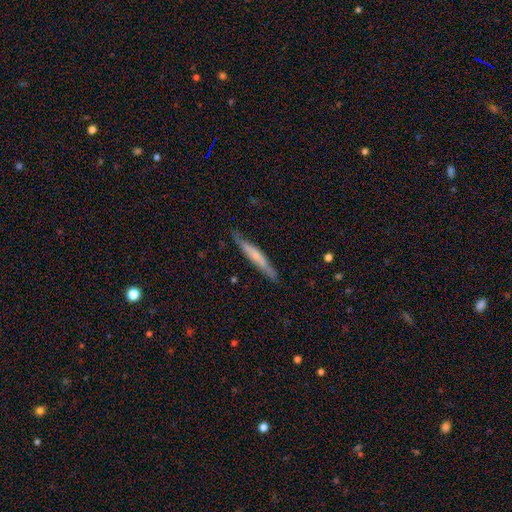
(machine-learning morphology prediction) type=smooth (49%); merging=none (81%).